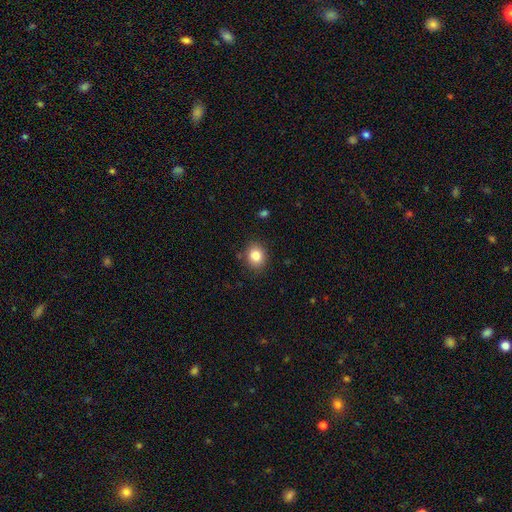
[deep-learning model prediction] Smooth or featured? smooth (83%)
How rounded? round (67%)
Merging? none (85%)